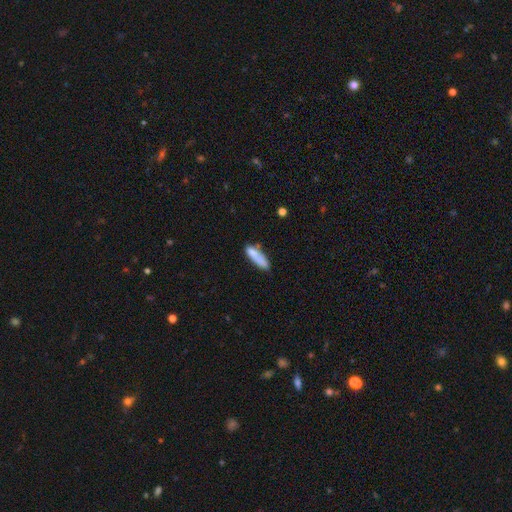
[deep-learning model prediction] Smooth or featured? smooth (79%)
How rounded? cigar-shaped (57%)
Merging? none (56%)